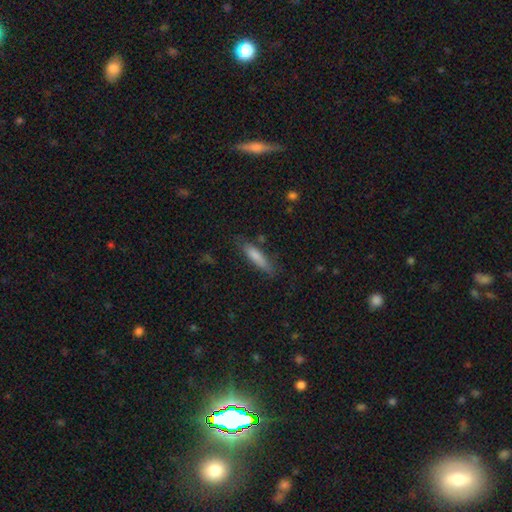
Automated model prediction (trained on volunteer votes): Q: Smooth or featured?
A: smooth (74%); runner-up: featured or disk (18%)
Q: How rounded?
A: cigar-shaped (79%); runner-up: in between (19%)
Q: Merging?
A: none (78%); runner-up: minor disturbance (16%)